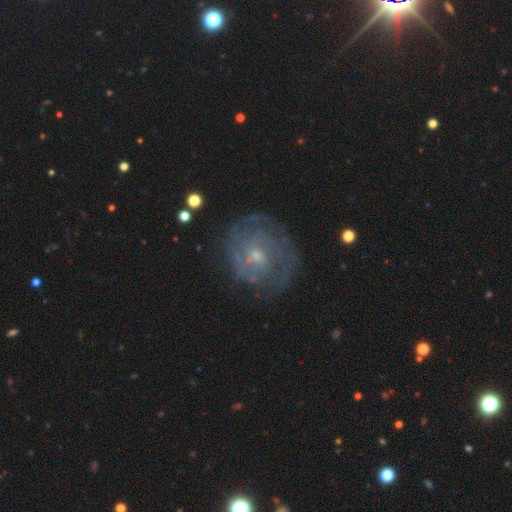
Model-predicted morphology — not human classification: smooth-or-featured: featured or disk: 79% | smooth: 14% | star or artifact: 8%
  disk-edge-on: no: 97% | yes: 3%
    bar: no: 69% | weak: 27% | strong: 4%
    has-spiral-arms: yes: 84% | no: 16%
      spiral-winding: tight: 61% | medium: 29% | loose: 10%
      spiral-arm-count: can't tell: 46% | 2: 21% | 3: 14% | 4: 7% | 1: 6% | more than 4: 5%
    bulge-size: small: 60% | moderate: 34% | none: 3% | large: 1% | dominant: 1%
  merging: none: 70% | minor disturbance: 18% | major disturbance: 10% | merger: 2%